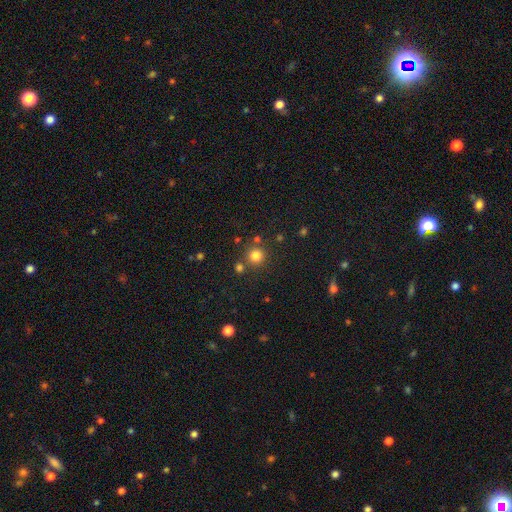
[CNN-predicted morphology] smooth_or_featured: smooth (p=0.80) [alt: star or artifact p=0.15]
how_rounded: round (p=0.94) [alt: in between p=0.05]
merging: none (p=0.79) [alt: merger p=0.10]